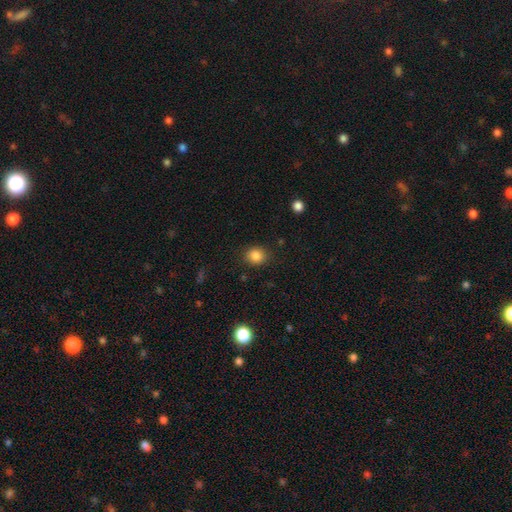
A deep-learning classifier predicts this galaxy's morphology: This appears to be a smooth galaxy with no disk features (85%) that is round (76%). Merging: none (88%).